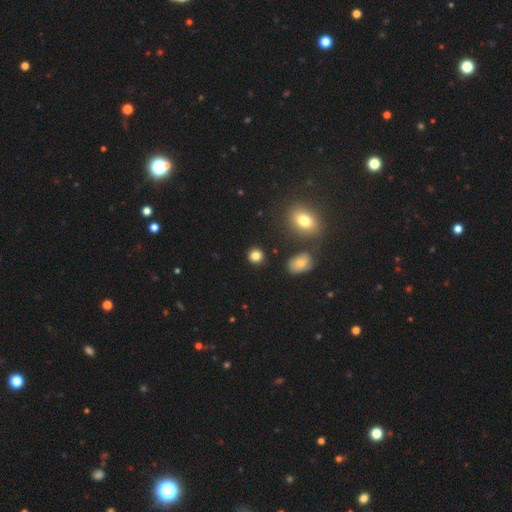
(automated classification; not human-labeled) This appears to be a smooth galaxy with no disk features (83%) that is round (85%). Merging: none (87%).